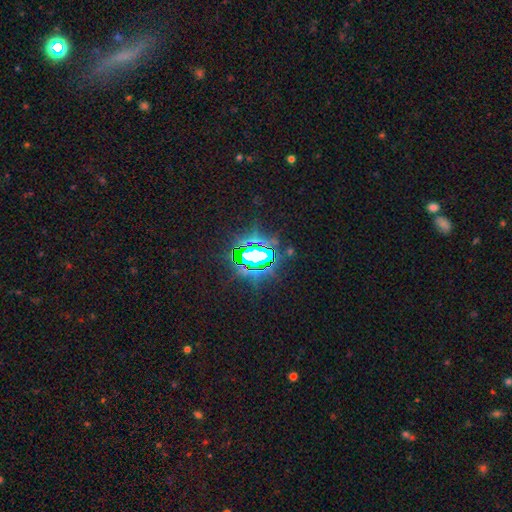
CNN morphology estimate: This appears to be a star or artifact, not a galaxy (78%).